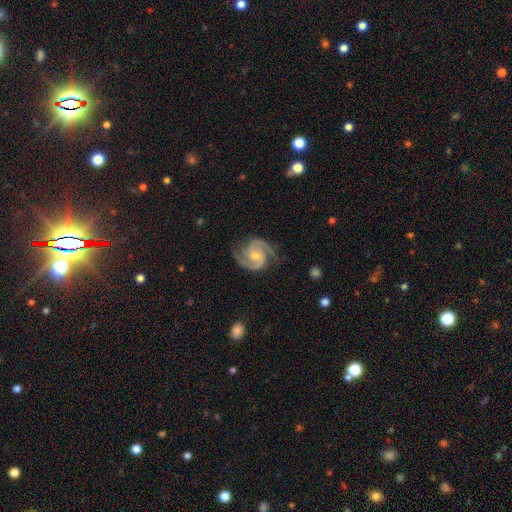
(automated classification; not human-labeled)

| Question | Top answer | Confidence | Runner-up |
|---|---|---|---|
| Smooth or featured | featured or disk | 93% | star or artifact (4%) |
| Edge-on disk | no | 98% | yes (2%) |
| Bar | no | 50% | weak (39%) |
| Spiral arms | yes | 99% | no (1%) |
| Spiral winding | medium | 58% | tight (34%) |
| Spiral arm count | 2 | 93% | 3 (2%) |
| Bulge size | small | 48% | moderate (46%) |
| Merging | none | 81% | minor disturbance (14%) |